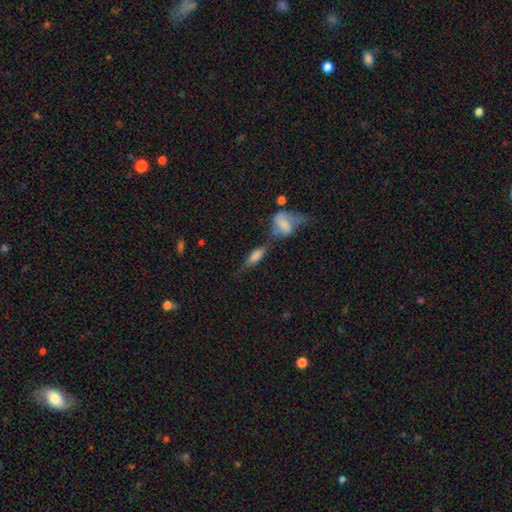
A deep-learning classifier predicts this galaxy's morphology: Smooth or featured? smooth (63%)
How rounded? in between (63%)
Merging? none (38%)